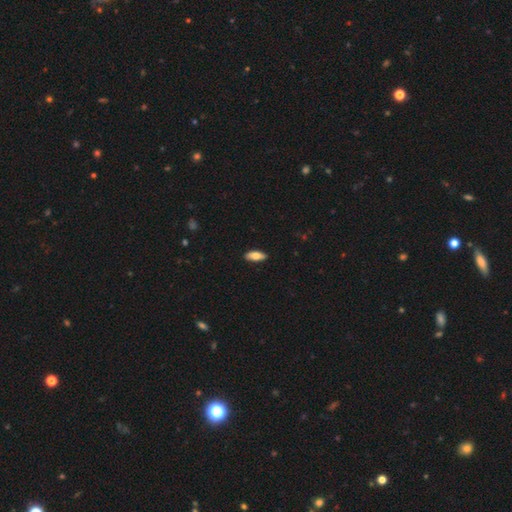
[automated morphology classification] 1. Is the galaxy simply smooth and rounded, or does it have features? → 76% smooth, 18% featured or disk, 6% star or artifact.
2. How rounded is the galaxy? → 76% in between, 21% cigar-shaped, 2% round.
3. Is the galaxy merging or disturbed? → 89% none, 9% minor disturbance, 1% major disturbance, 1% merger.